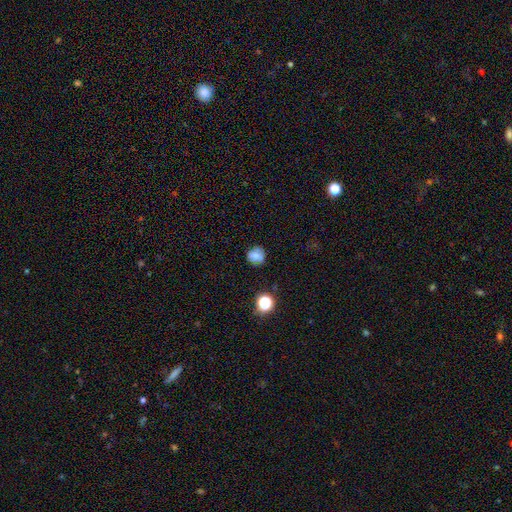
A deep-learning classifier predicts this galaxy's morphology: A smooth galaxy with no disk features (70%) that is round (86%).

Vote fractions:
- Smooth or featured? smooth: 70% / featured or disk: 17% / star or artifact: 13%
- How rounded? round: 86% / in between: 13% / cigar-shaped: 1%
- Merging? none: 81% / minor disturbance: 14% / major disturbance: 3% / merger: 2%